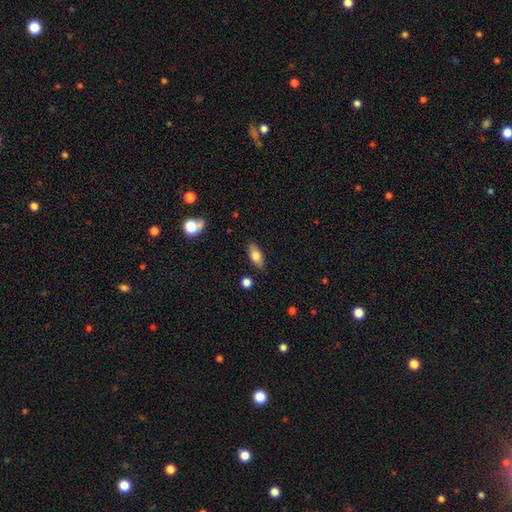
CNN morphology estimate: This appears to be a smooth galaxy with no disk features (73%) that is in between round and cigar-shaped (81%). Merging: none (85%).